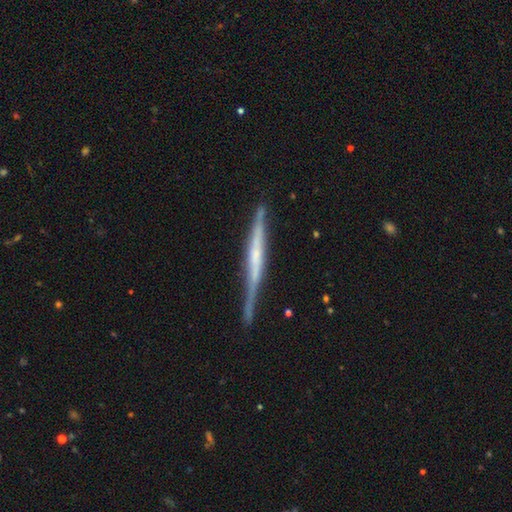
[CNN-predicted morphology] Smooth or featured?
  - featured or disk: 74% *
  - smooth: 20%
  - star or artifact: 5%
Edge-on disk?
  - yes: 97% *
  - no: 3%
Edge-on bulge?
  - none: 52% *
  - rounded: 30%
  - boxy: 19%
Merging?
  - none: 76% *
  - minor disturbance: 18%
  - major disturbance: 3%
  - merger: 2%